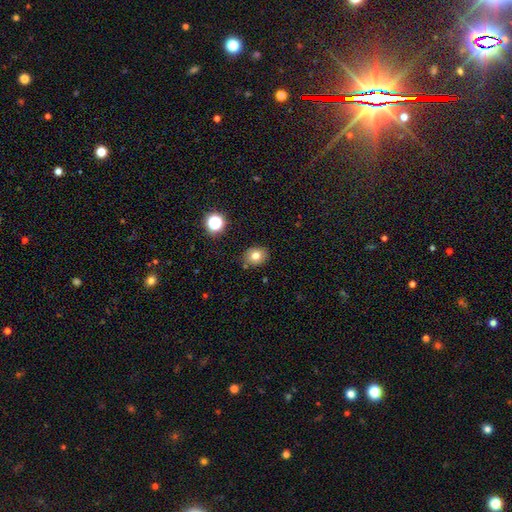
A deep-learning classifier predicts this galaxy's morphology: This appears to be a smooth galaxy with no disk features (77%) that is round (64%). Merging: none (83%).